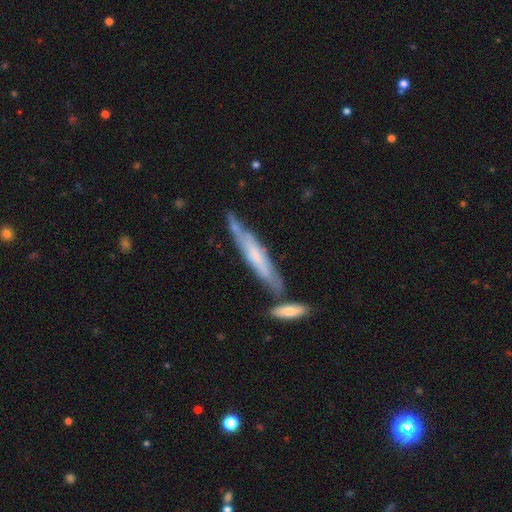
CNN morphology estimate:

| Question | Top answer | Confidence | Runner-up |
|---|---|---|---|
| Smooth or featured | featured or disk | 53% | smooth (41%) |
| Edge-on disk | yes | 75% | no (25%) |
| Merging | none | 58% | minor disturbance (19%) |